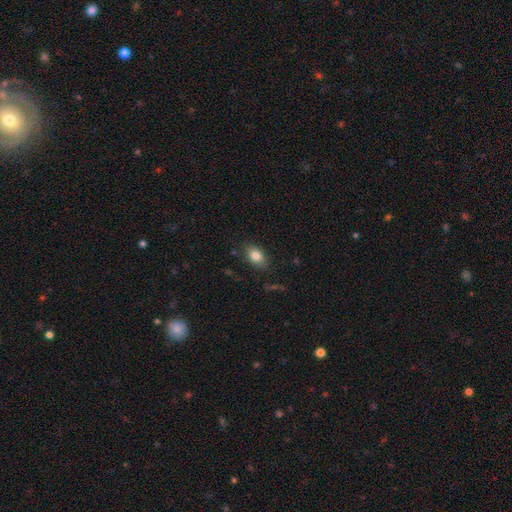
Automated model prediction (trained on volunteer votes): smooth-or-featured: smooth: 82% | featured or disk: 10% | star or artifact: 9%
  how-rounded: in between: 83% | round: 14% | cigar-shaped: 2%
  merging: none: 82% | minor disturbance: 13% | major disturbance: 3% | merger: 2%